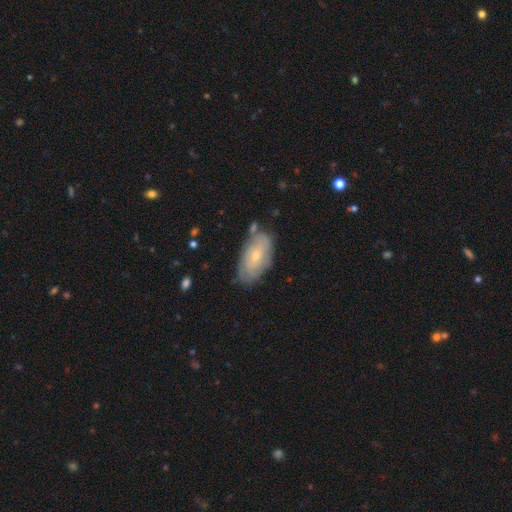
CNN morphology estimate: This appears to be a smooth galaxy with no disk features (49%). Merging: none (69%).